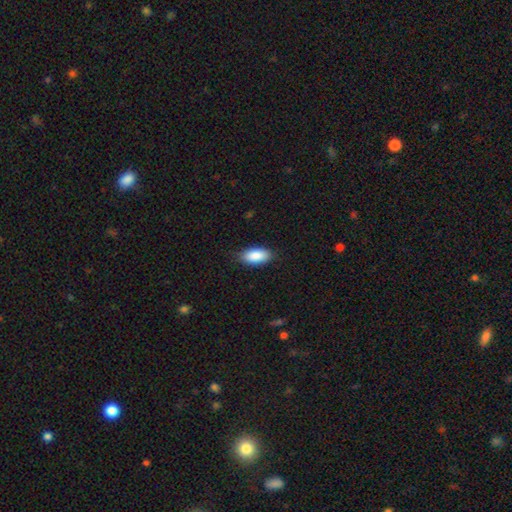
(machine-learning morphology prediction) smooth-or-featured: smooth: 88% | star or artifact: 6% | featured or disk: 5%
  how-rounded: in between: 92% | cigar-shaped: 6% | round: 2%
  merging: none: 82% | minor disturbance: 14% | major disturbance: 3% | merger: 1%